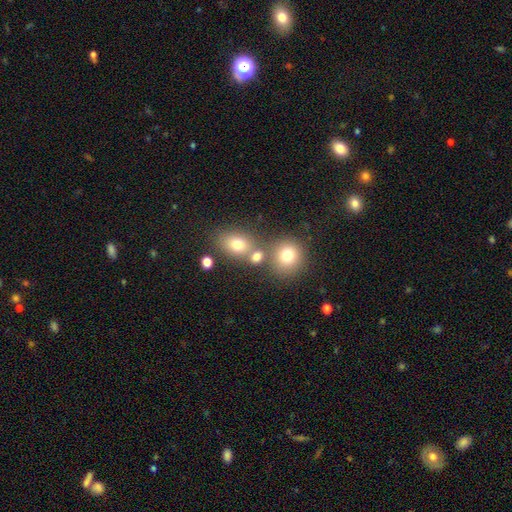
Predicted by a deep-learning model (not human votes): Smooth or featured: smooth — 68% (star or artifact — 17%)
How rounded: round — 51% (in between — 47%)
Merging: none — 54% (merger — 32%)